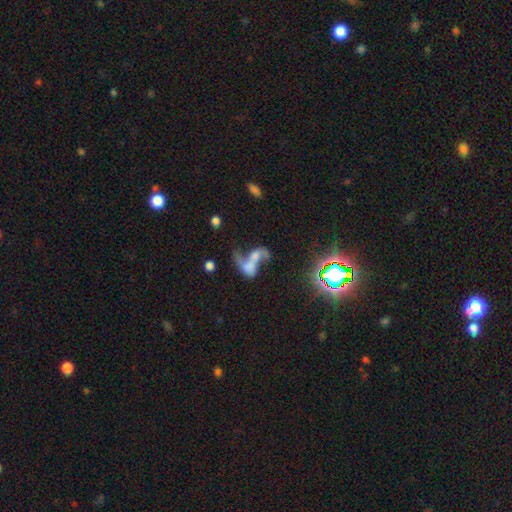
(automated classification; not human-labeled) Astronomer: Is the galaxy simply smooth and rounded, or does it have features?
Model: featured or disk — 53% (runner-up: smooth, 29%).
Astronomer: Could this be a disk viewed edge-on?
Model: no — 95%.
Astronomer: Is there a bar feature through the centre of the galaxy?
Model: no — 69%.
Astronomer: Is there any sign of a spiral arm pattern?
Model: yes — 54% (runner-up: no, 46%).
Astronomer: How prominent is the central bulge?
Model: none — 51%.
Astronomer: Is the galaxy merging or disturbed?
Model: merger — 67%.